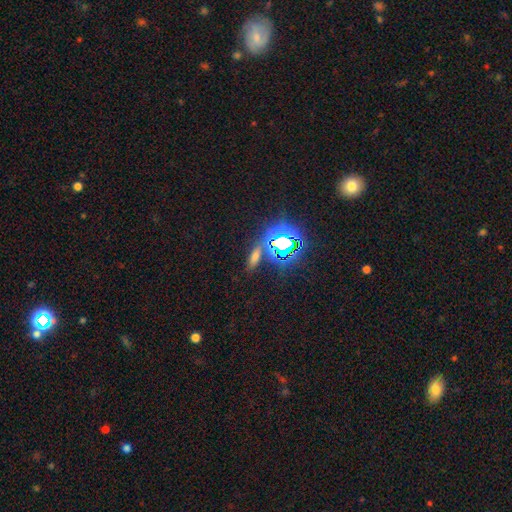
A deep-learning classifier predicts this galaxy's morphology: Smooth or featured? Predicted: smooth (p=0.50). Merging? Predicted: none (p=0.75).